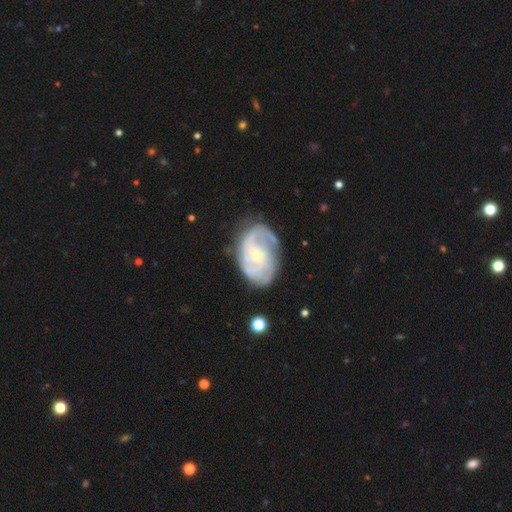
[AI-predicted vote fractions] A featured or disk galaxy (80%) with no bar (60%), tight (46%) spiral arms (91%) and a small central bulge (77%).

Vote fractions:
- Smooth or featured? featured or disk: 80% / smooth: 14% / star or artifact: 5%
- Edge-on disk? no: 97% / yes: 3%
- Bar? no: 60% / weak: 33% / strong: 7%
- Spiral arms? yes: 91% / no: 9%
- Spiral winding? tight: 46% / medium: 38% / loose: 15%
- Spiral arm count? can't tell: 35% / 2: 34% / 3: 14% / 1: 7% / 4: 6% / more than 4: 4%
- Bulge size? small: 77% / moderate: 19% / none: 2% / large: 1% / dominant: 1%
- Merging? none: 65% / minor disturbance: 22% / major disturbance: 11% / merger: 2%